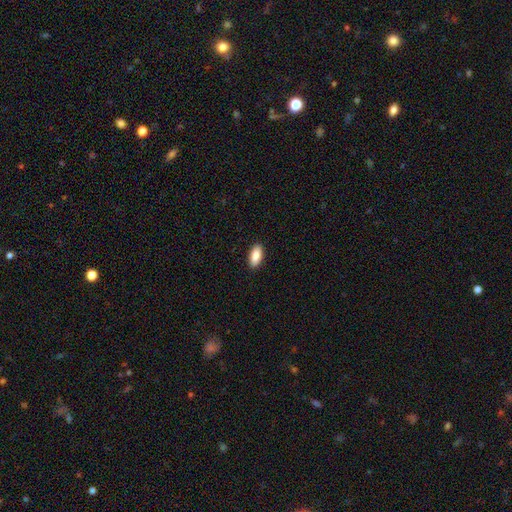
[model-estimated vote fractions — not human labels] Smooth or featured?
  - smooth: 89% *
  - star or artifact: 6%
  - featured or disk: 5%
How rounded?
  - in between: 90% *
  - cigar-shaped: 8%
  - round: 2%
Merging?
  - none: 91% *
  - minor disturbance: 7%
  - major disturbance: 2%
  - merger: 1%